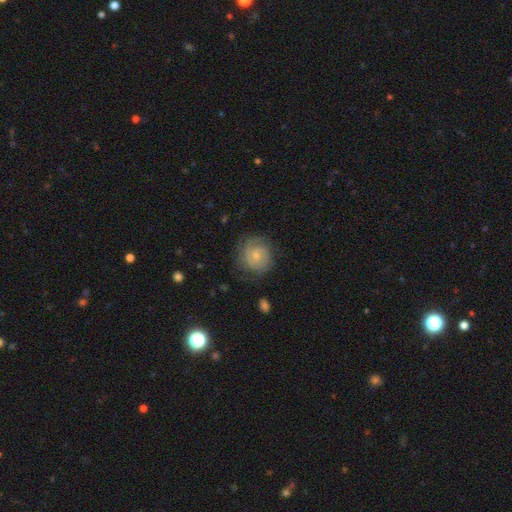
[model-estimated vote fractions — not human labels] smooth-or-featured: featured or disk: 68% | smooth: 25% | star or artifact: 7%
  disk-edge-on: no: 98% | yes: 2%
    bar: no: 68% | weak: 29% | strong: 4%
    has-spiral-arms: yes: 92% | no: 8%
      spiral-winding: tight: 65% | medium: 28% | loose: 8%
      spiral-arm-count: 2: 46% | can't tell: 27% | 3: 13% | 1: 7% | 4: 4% | more than 4: 3%
    bulge-size: small: 62% | moderate: 31% | none: 4% | large: 2% | dominant: 1%
  merging: none: 73% | minor disturbance: 18% | major disturbance: 8% | merger: 1%